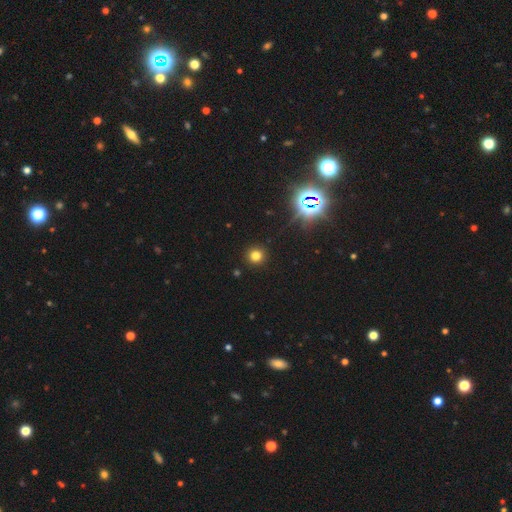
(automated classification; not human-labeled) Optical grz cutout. It shows a smooth galaxy with no disk features (75%) that is round (93%). Merging: none (92%).